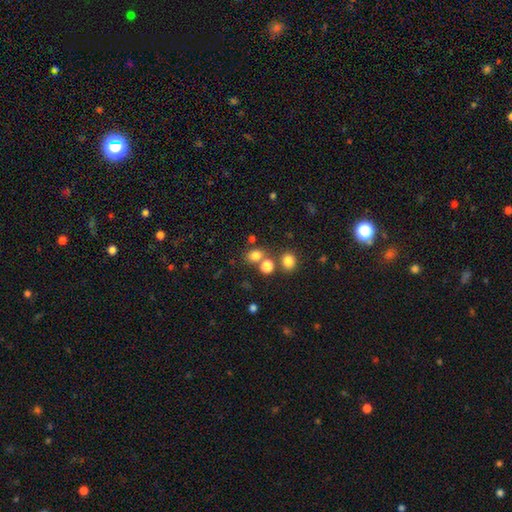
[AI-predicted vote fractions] Smooth or featured? smooth (76%)
How rounded? round (54%)
Merging? none (63%)